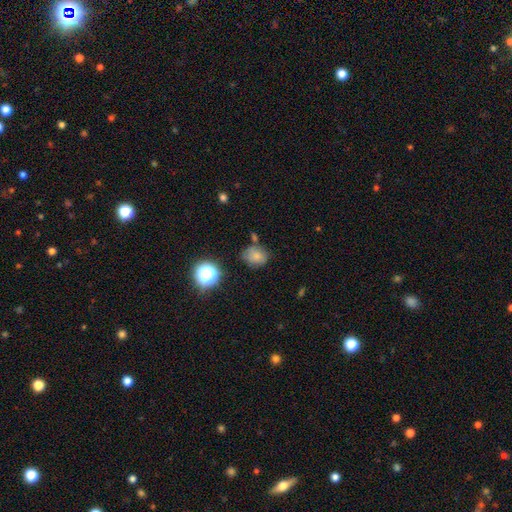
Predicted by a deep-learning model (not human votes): smooth_or_featured: smooth (p=0.74) [alt: star or artifact p=0.15]
how_rounded: in between (p=0.51) [alt: round p=0.48]
merging: none (p=0.60) [alt: minor disturbance p=0.24]